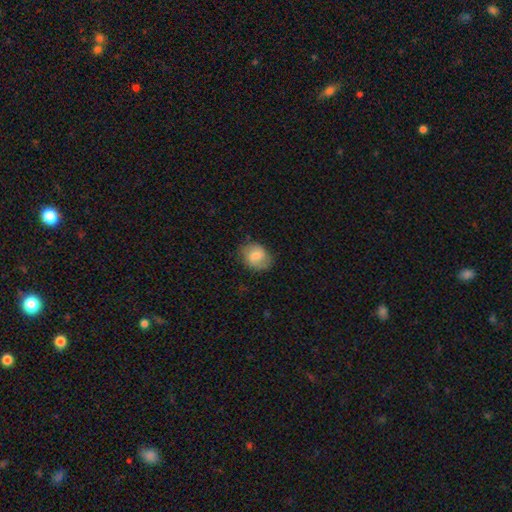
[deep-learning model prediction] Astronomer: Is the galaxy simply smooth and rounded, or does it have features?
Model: smooth — 73%.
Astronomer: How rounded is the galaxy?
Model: in between — 51% (runner-up: round, 48%).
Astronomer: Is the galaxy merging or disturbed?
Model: none — 74%.